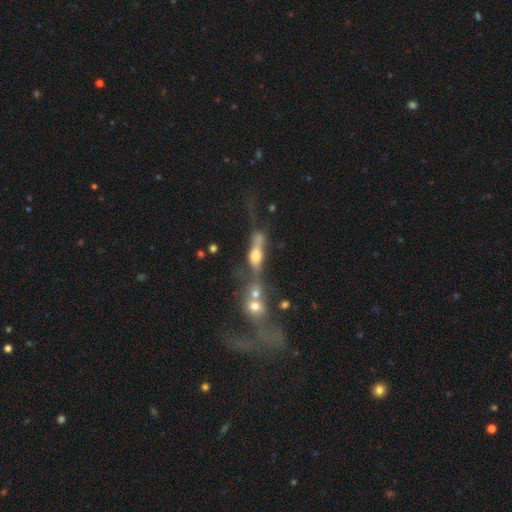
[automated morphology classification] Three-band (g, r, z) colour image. It shows a featured or disk galaxy (54%) viewed edge-on (65%). Merging: merger (46%).